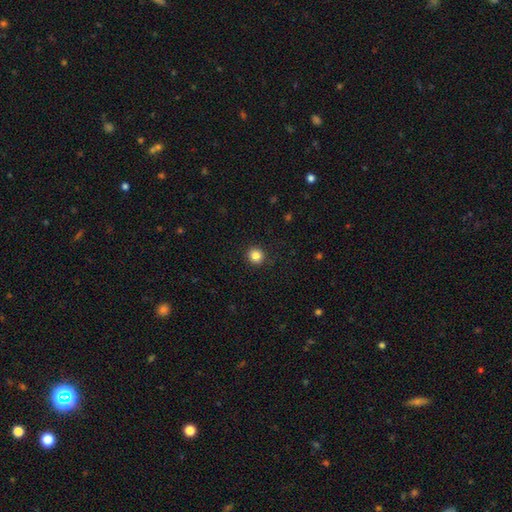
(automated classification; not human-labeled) Smooth or featured: smooth — 85% (star or artifact — 11%)
How rounded: round — 93% (in between — 6%)
Merging: none — 91% (minor disturbance — 6%)